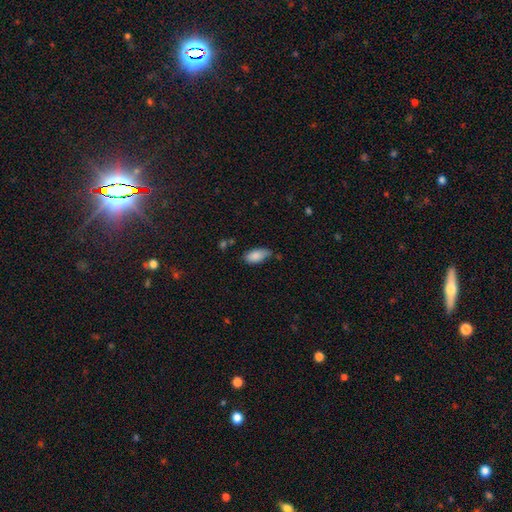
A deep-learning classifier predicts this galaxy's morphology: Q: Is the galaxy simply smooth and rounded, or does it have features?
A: smooth — 86%.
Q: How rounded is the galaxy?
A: in between — 91%.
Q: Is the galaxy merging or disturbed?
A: none — 58%.